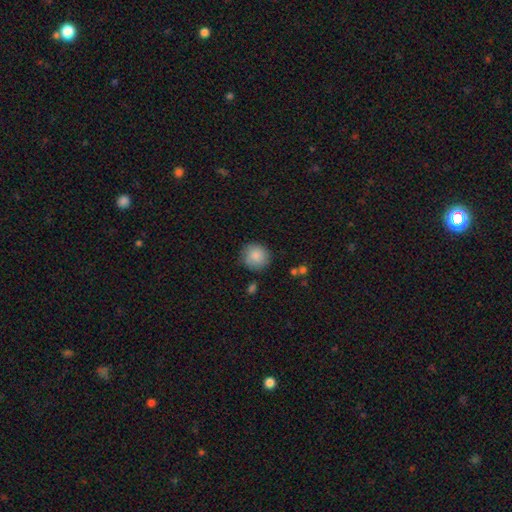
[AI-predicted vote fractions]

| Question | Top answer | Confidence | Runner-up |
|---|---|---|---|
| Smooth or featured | smooth | 86% | star or artifact (7%) |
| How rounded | round | 92% | in between (7%) |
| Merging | none | 83% | minor disturbance (12%) |